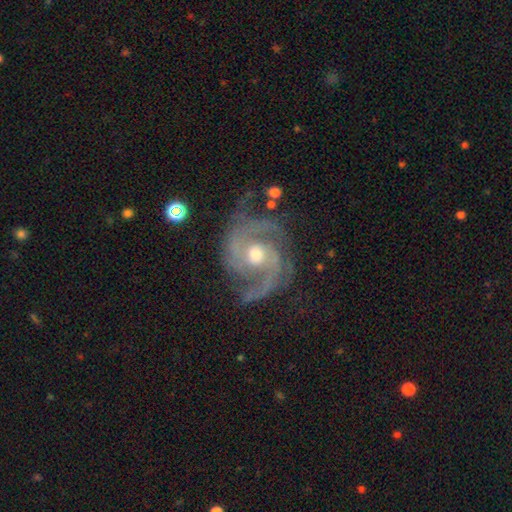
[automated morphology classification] type=featured or disk (91%); edge-on=no (98%); bar=no (61%); spiral arms=yes (98%); winding=medium (53%); arm count=2 (58%); bulge=moderate (74%); merging=none (68%).